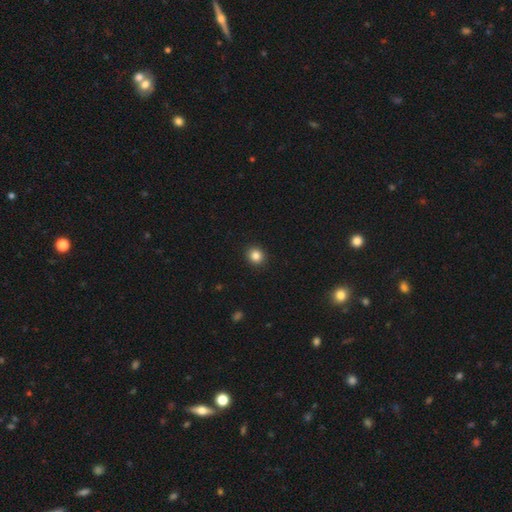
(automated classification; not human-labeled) Overall: smooth (85%). How rounded: round (86%). Merging: none (92%).